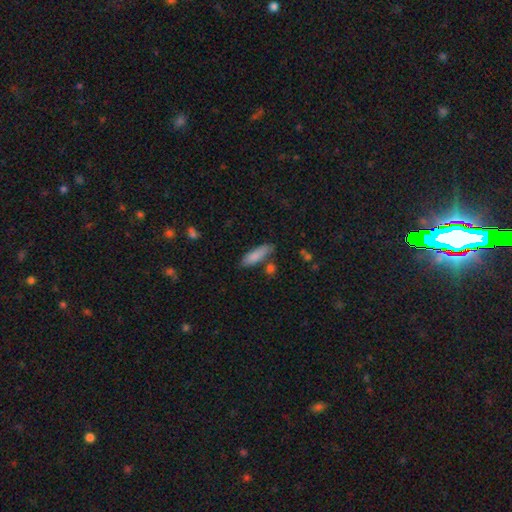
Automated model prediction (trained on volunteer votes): Overall: smooth (85%). How rounded: cigar-shaped (51%; in between 47%). Merging: none (74%).